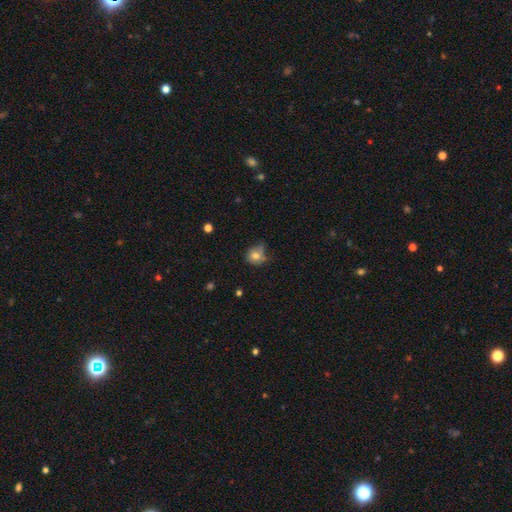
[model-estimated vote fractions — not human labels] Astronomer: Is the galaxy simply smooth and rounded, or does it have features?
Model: smooth — 75%.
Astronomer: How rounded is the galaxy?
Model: round — 73%.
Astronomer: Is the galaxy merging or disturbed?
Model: none — 47% (runner-up: minor disturbance, 32%).